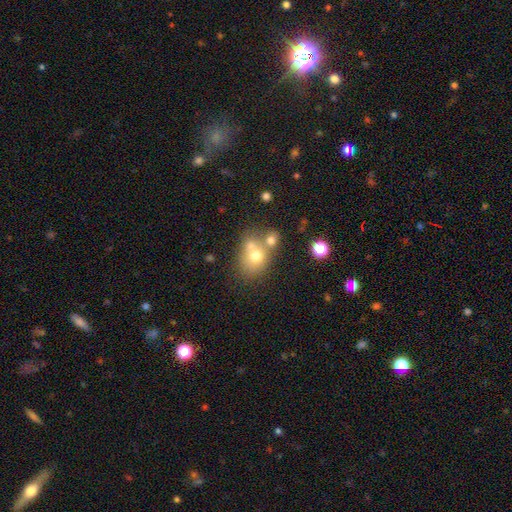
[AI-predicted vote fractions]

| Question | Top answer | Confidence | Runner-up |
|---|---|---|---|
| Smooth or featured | smooth | 67% | featured or disk (20%) |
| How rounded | round | 53% | in between (46%) |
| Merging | merger | 45% | none (38%) |